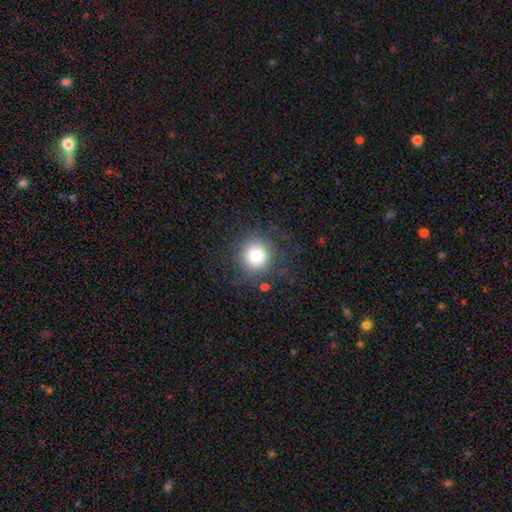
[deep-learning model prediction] Morphology: type=smooth (78%); roundness=round (94%); merging=none (79%).